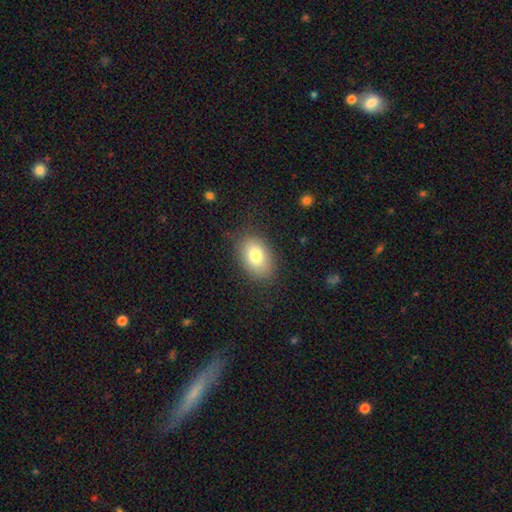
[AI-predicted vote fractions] Morphology: type=smooth (78%); roundness=in between (83%); merging=none (83%).